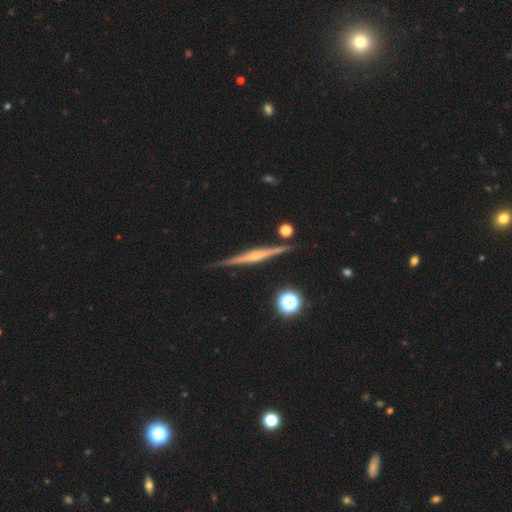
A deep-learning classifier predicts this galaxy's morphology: Smooth or featured?
  - featured or disk: 81% *
  - smooth: 12%
  - star or artifact: 7%
Edge-on disk?
  - yes: 98% *
  - no: 2%
Edge-on bulge?
  - rounded: 77% *
  - none: 13%
  - boxy: 10%
Merging?
  - none: 88% *
  - minor disturbance: 8%
  - merger: 2%
  - major disturbance: 2%